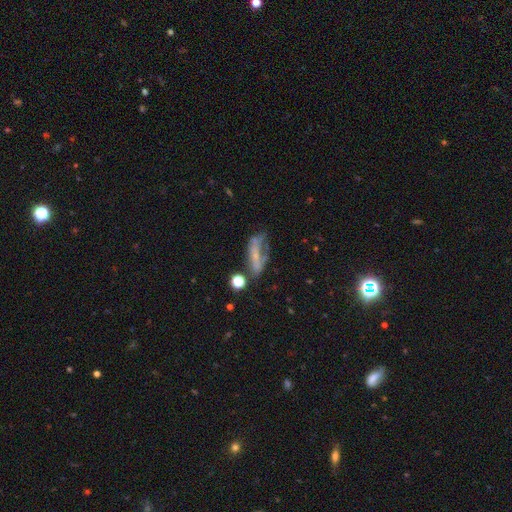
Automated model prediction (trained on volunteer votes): Smooth or featured? Predicted: featured or disk (p=0.49). Merging? Predicted: none (p=0.32, tied with major disturbance).